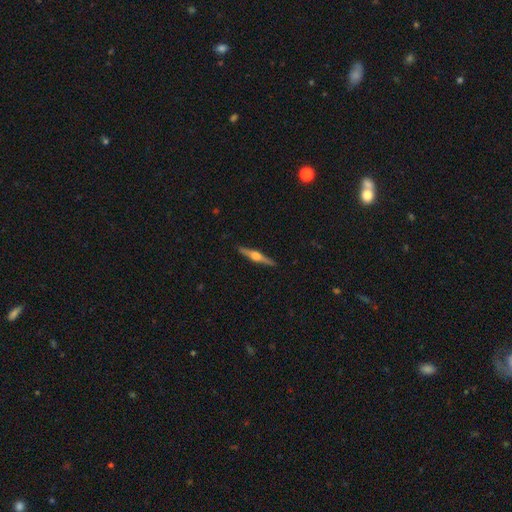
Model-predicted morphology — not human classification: Overall: featured or disk (78%). Edge-on disk: yes (98%). Edge-on bulge: rounded (93%). Merging: none (91%).